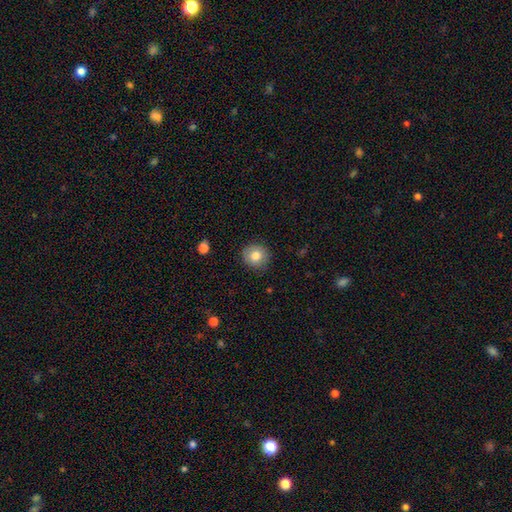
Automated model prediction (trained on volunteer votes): Smooth or featured: smooth — 81% (featured or disk — 11%)
How rounded: round — 90% (in between — 9%)
Merging: none — 87% (minor disturbance — 9%)